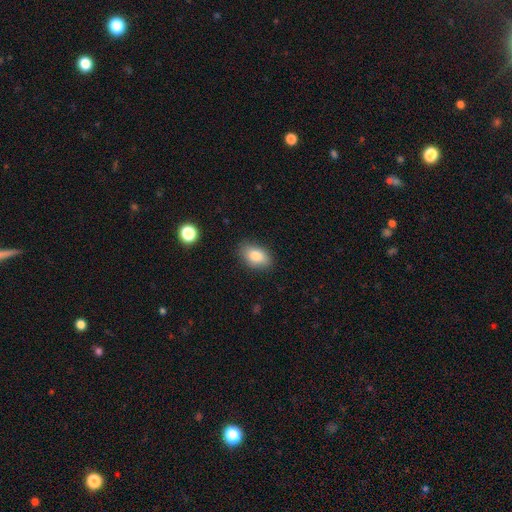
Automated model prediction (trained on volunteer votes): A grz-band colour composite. It shows a smooth galaxy with no disk features (83%) that is in between round and cigar-shaped (89%). Merging: none (85%).